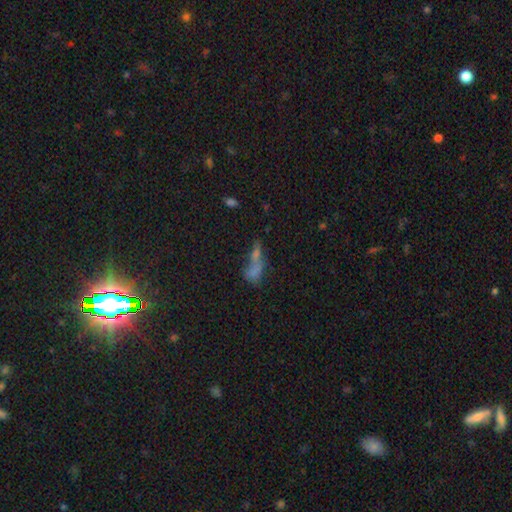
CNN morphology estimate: Smooth or featured? smooth (51%)
How rounded? in between (52%)
Merging? merger (47%)